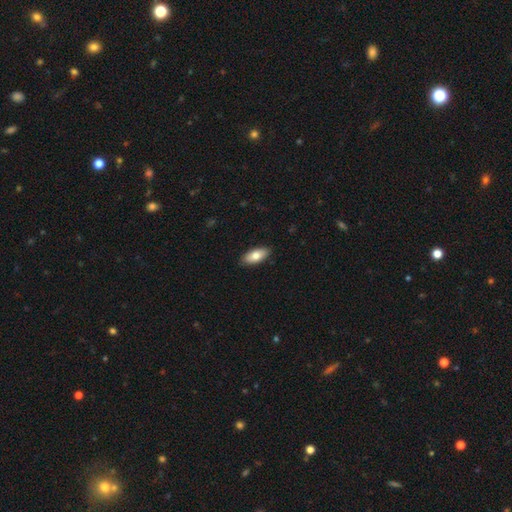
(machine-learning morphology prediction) Q: Smooth or featured?
A: smooth (80%); runner-up: featured or disk (14%)
Q: How rounded?
A: in between (88%); runner-up: cigar-shaped (9%)
Q: Merging?
A: none (89%); runner-up: minor disturbance (9%)